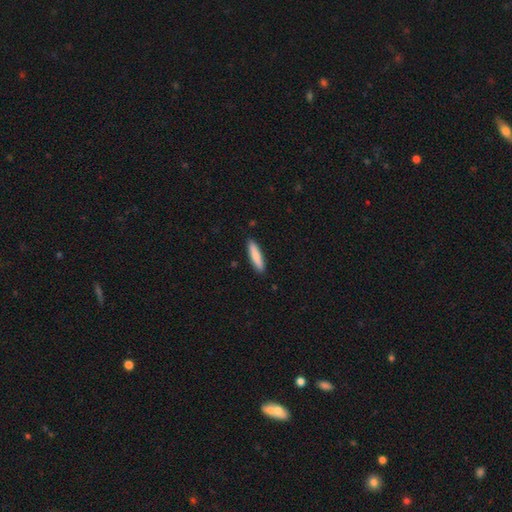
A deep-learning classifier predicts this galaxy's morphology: Q: Smooth or featured?
A: smooth (81%); runner-up: featured or disk (13%)
Q: How rounded?
A: cigar-shaped (81%); runner-up: in between (18%)
Q: Merging?
A: none (90%); runner-up: minor disturbance (7%)